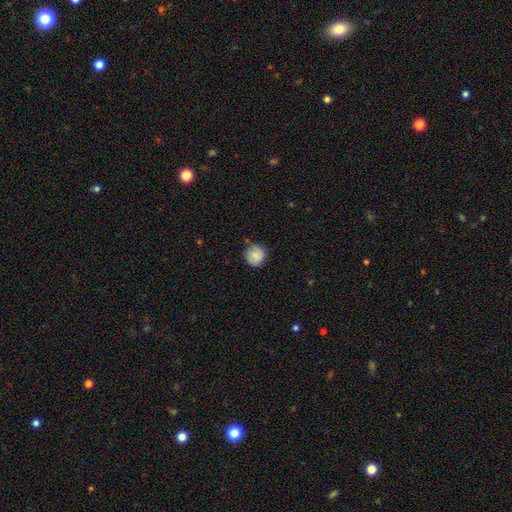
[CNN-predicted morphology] Smooth or featured? smooth (82%)
How rounded? round (91%)
Merging? none (77%)